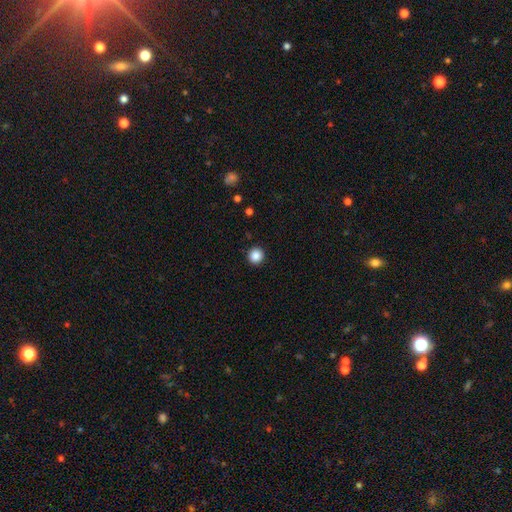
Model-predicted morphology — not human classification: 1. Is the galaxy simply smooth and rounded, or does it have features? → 87% smooth, 10% star or artifact, 3% featured or disk.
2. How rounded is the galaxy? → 95% round, 4% in between, 1% cigar-shaped.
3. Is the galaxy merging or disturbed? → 93% none, 4% minor disturbance, 2% major disturbance, 1% merger.